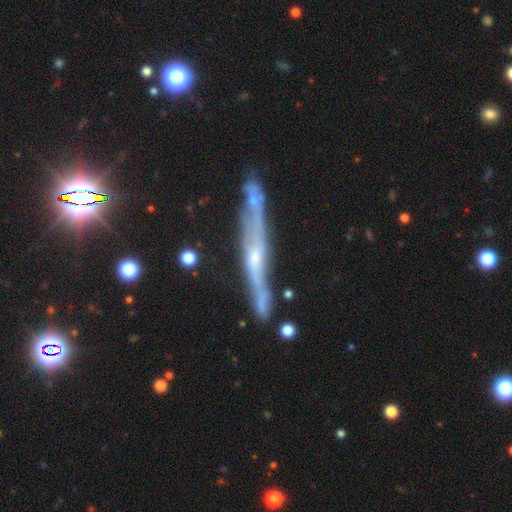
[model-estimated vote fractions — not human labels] Overall: featured or disk (75%). Edge-on disk: yes (89%). Edge-on bulge: rounded (48%; none 42%). Merging: none (73%).